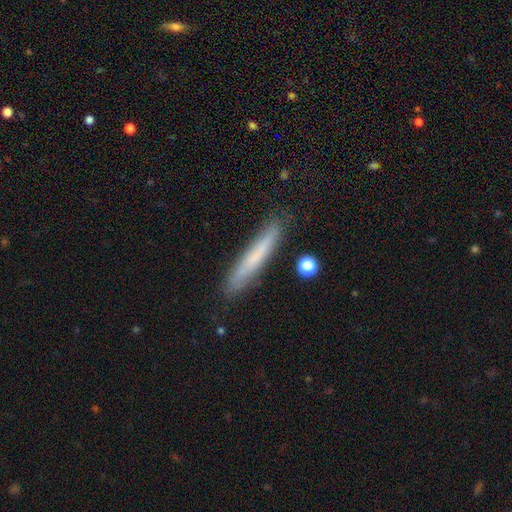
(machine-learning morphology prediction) Smooth or featured? smooth (64%)
How rounded? cigar-shaped (95%)
Merging? none (84%)